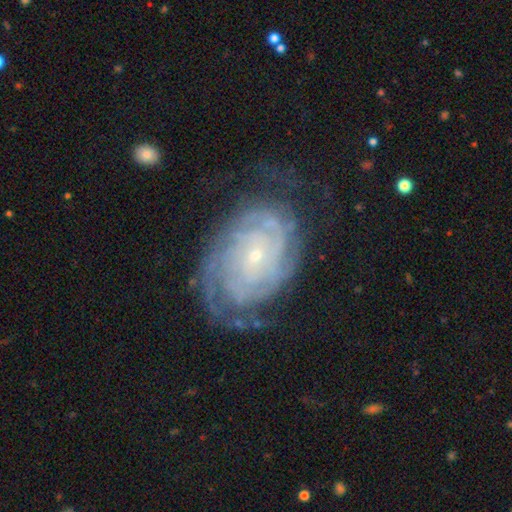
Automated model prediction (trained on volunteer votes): Smooth or featured? Predicted: featured or disk (p=0.88). Edge-on disk? Predicted: no (p=0.96). Bar? Predicted: no (p=0.73). Spiral arms? Predicted: yes (p=0.97). Spiral winding? Predicted: tight (p=0.82). Spiral arm count? Predicted: can't tell (p=0.31). Bulge size? Predicted: small (p=0.84). Merging? Predicted: none (p=0.69).